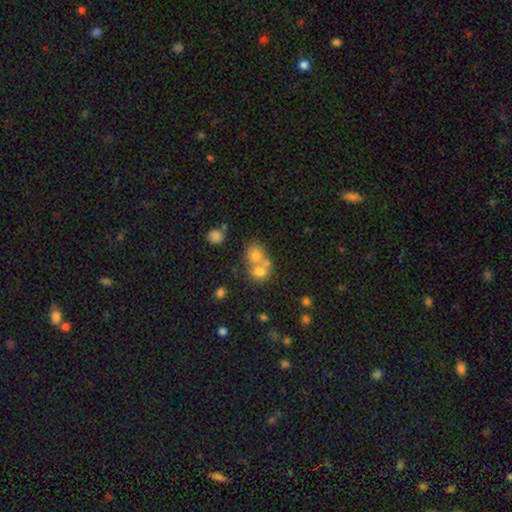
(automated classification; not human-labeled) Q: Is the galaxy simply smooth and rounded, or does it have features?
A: smooth — 70%.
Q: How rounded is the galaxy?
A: round — 67%.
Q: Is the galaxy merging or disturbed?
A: merger — 58%.